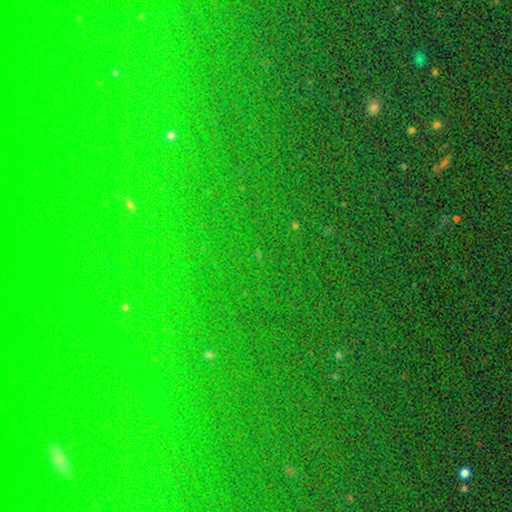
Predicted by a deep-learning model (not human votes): The model was most divided on "smooth or featured": star or artifact: 81%, smooth: 11%, featured or disk: 8%.